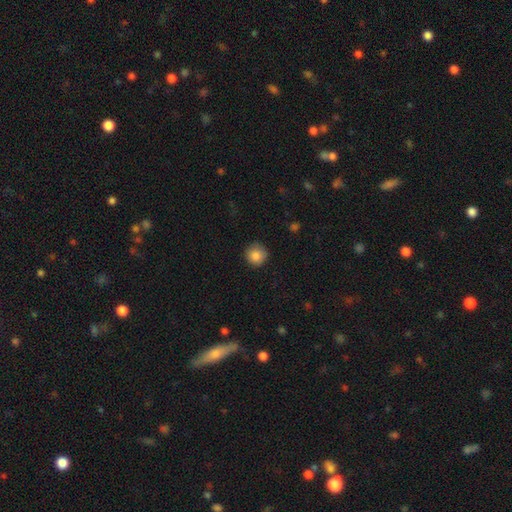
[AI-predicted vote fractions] This is clearly a smooth galaxy (85%). How rounded: clearly round (94%). Merging: clearly none (87%).